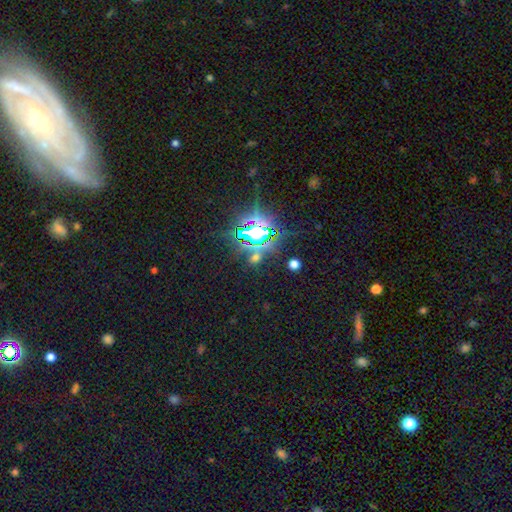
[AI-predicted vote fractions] This is likely a star or artifact rather than a galaxy (79%).